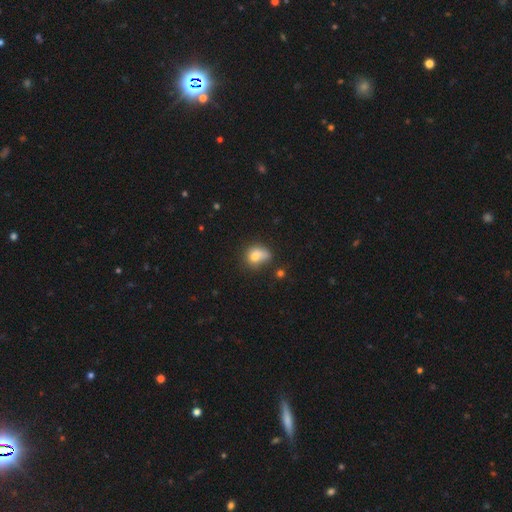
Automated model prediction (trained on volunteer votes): Smooth or featured? Predicted: smooth (p=0.73). How rounded? Predicted: in between (p=0.49, tied with round). Merging? Predicted: none (p=0.35).